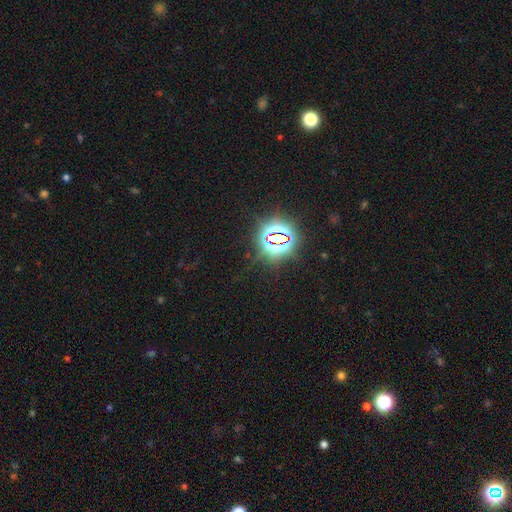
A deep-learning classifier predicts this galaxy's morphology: Overall: star or artifact (81%).